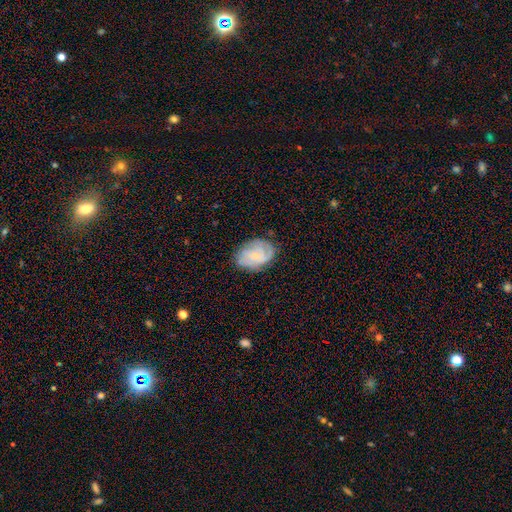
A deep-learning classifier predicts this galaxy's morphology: This appears to be a featured or disk galaxy (66%) with no bar (73%), tight (60%) spiral arms (88%) and a small central bulge (76%). Merging: none (74%).